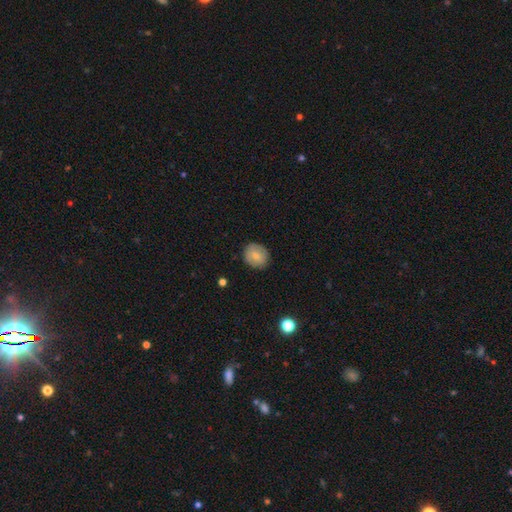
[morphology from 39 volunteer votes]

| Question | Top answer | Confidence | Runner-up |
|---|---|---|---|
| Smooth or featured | smooth | 74% | featured or disk (15%) |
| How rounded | round | 52% | in between (48%) |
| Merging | none | 83% | minor disturbance (14%) |